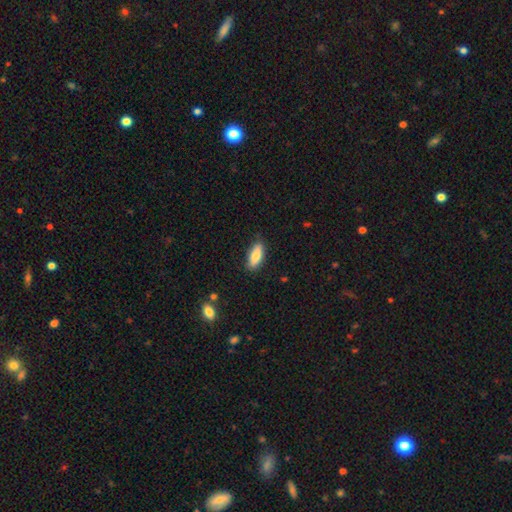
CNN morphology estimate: This appears to be a smooth galaxy with no disk features (79%) that is in between round and cigar-shaped (72%). Merging: none (84%).